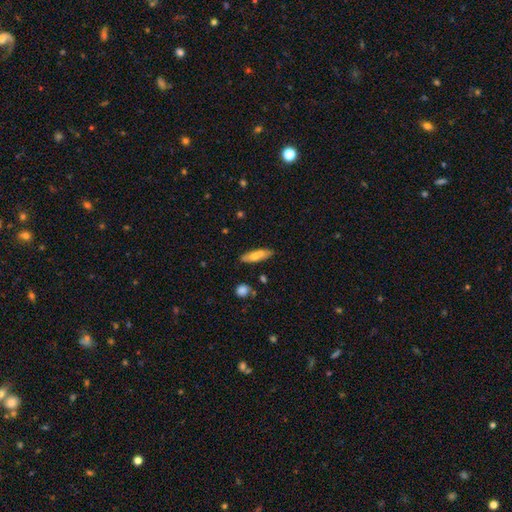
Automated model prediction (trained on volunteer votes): The model was most divided on "how rounded": cigar-shaped: 56%, in between: 41%, round: 3%. More confident: merging — none (69%); smooth or featured — smooth (60%).